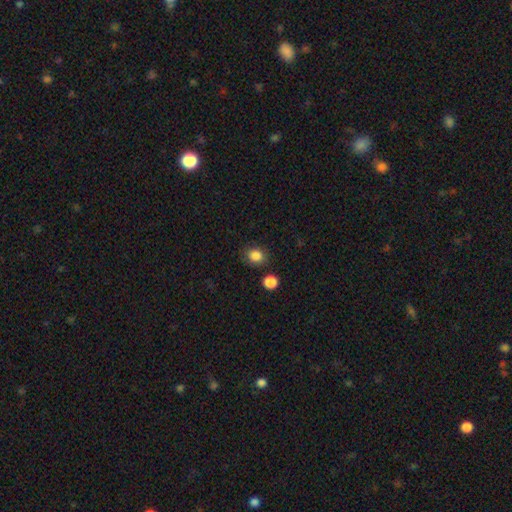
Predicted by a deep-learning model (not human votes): Overall: smooth (85%). How rounded: round (66%; in between 33%). Merging: none (81%).